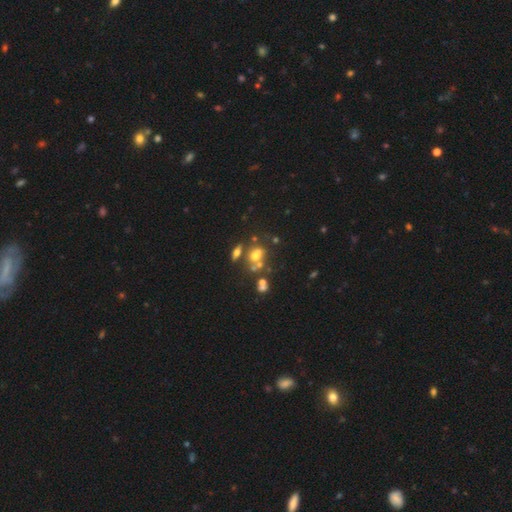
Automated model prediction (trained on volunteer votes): This appears to be a smooth galaxy with no disk features (50%). Merging: none (40%).